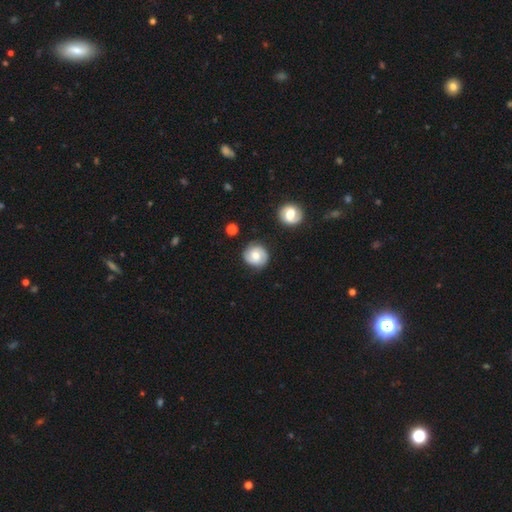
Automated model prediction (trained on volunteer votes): Smooth or featured: featured or disk — 61% (smooth — 32%)
Edge-on disk: no — 98% (yes — 2%)
Bar: no — 59% (weak — 34%)
Spiral arms: yes — 91% (no — 9%)
Spiral winding: tight — 47% (medium — 41%)
Spiral arm count: 2 — 83% (can't tell — 9%)
Bulge size: moderate — 67% (small — 22%)
Merging: none — 83% (minor disturbance — 12%)